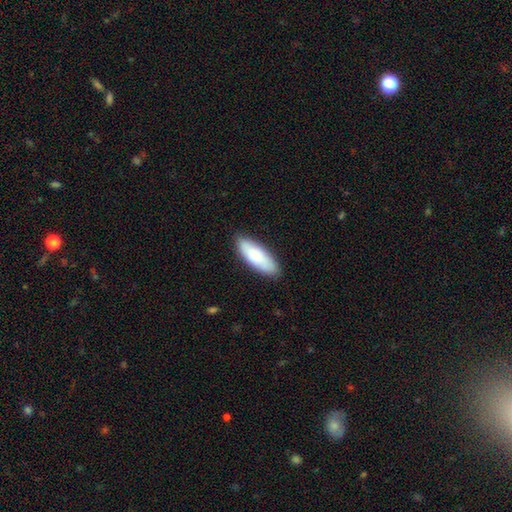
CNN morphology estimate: This is clearly a smooth galaxy (82%). How rounded: likely in between (65%). Merging: clearly none (86%).